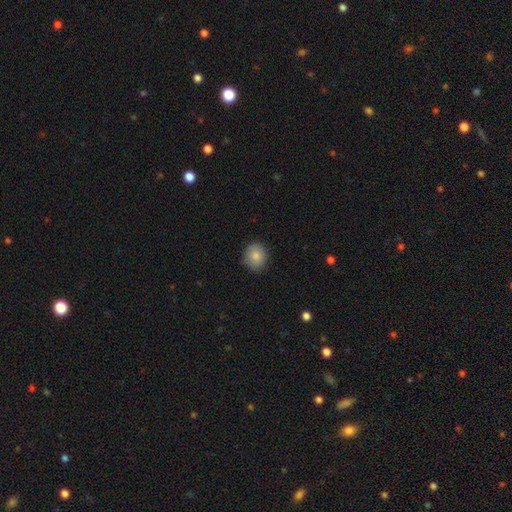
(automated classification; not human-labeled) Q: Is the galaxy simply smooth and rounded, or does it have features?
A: smooth — 85%.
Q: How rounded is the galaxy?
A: round — 75%.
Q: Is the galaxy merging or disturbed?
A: none — 82%.